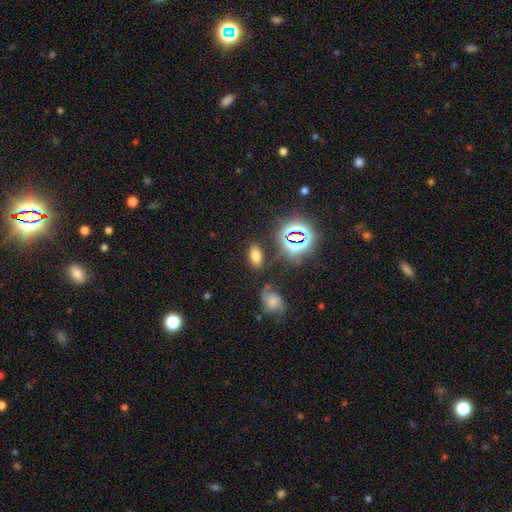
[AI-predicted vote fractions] Overall: smooth (65%; star or artifact 26%). How rounded: in between (89%). Merging: none (80%).